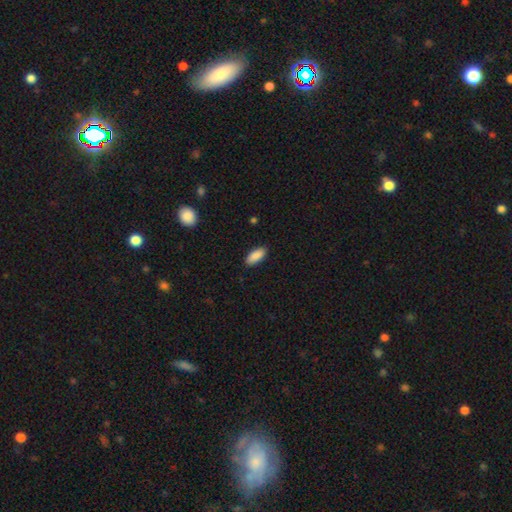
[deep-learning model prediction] A smooth galaxy with no disk features (89%) that is in between round and cigar-shaped (84%).

Vote fractions:
- Smooth or featured? smooth: 89% / star or artifact: 6% / featured or disk: 4%
- How rounded? in between: 84% / cigar-shaped: 14% / round: 2%
- Merging? none: 87% / minor disturbance: 9% / major disturbance: 2% / merger: 1%